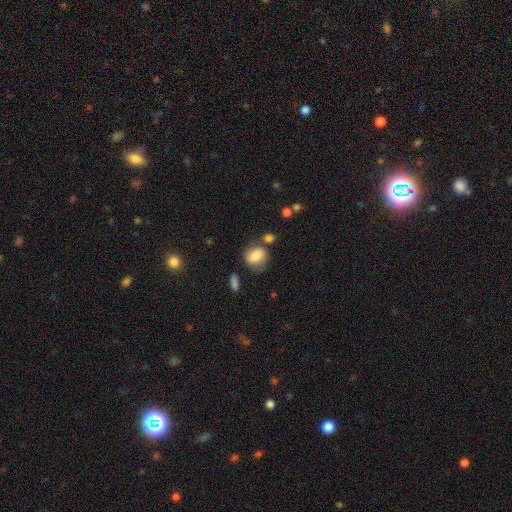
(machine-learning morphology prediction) smooth 75%, featured or disk 16%, star or artifact 9%. Down the decision tree: how rounded — round (54%); merging — none (59%).